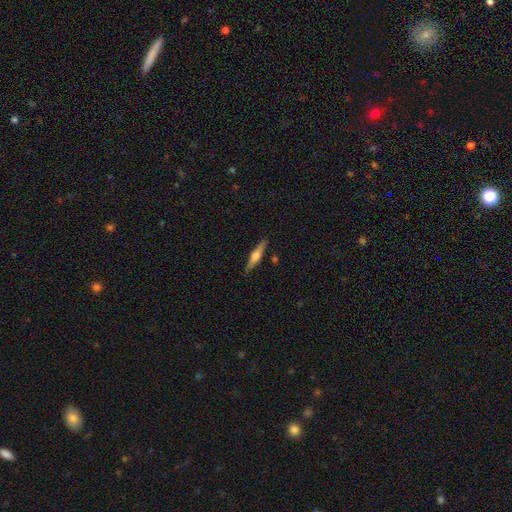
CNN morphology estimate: Overall: featured or disk (55%; smooth 39%). Edge-on disk: yes (97%). Edge-on bulge: rounded (80%). Merging: none (88%).